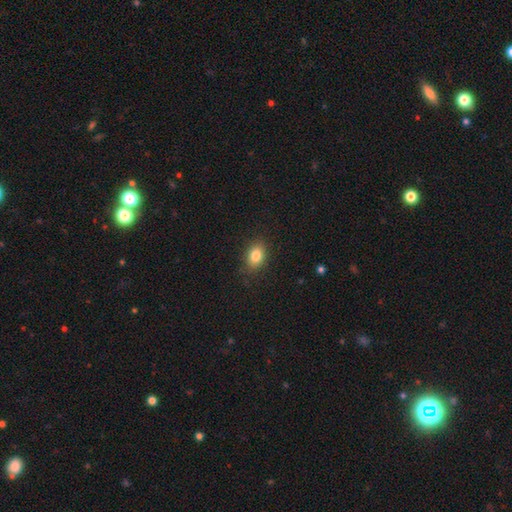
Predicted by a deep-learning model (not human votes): Q: Smooth or featured?
A: smooth (84%); runner-up: star or artifact (9%)
Q: How rounded?
A: in between (76%); runner-up: round (23%)
Q: Merging?
A: none (86%); runner-up: minor disturbance (10%)